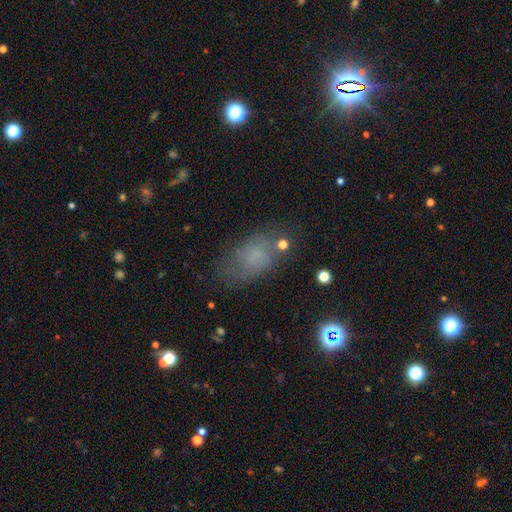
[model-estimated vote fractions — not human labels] This appears to be a smooth galaxy with no disk features (61%) that is in between round and cigar-shaped (86%). Merging: none (63%).